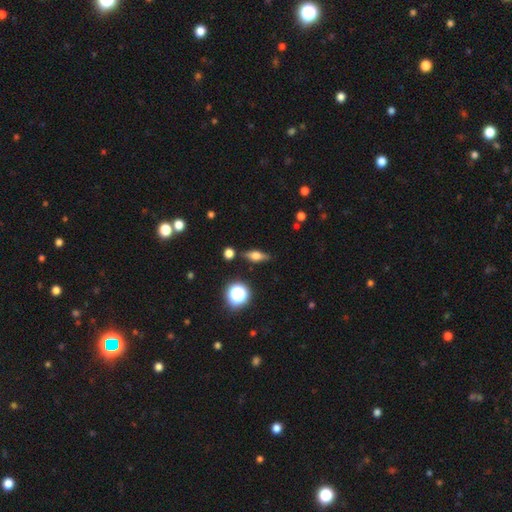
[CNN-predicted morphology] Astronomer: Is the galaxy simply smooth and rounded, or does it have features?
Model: smooth — 52% (runner-up: featured or disk, 35%).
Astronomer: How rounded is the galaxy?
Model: in between — 55% (runner-up: cigar-shaped, 33%).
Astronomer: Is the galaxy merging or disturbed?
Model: none — 81%.